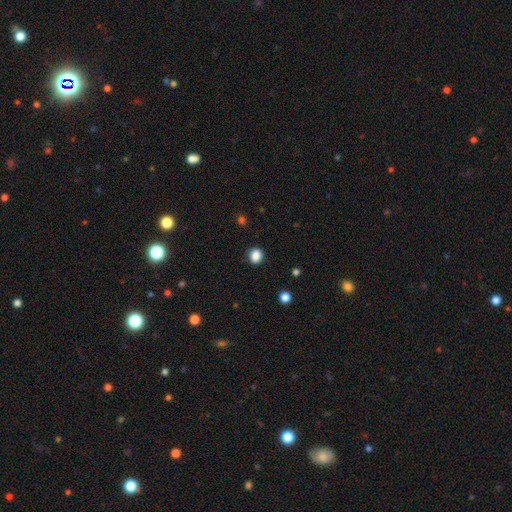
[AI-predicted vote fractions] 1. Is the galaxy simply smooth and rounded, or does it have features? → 86% smooth, 11% star or artifact, 3% featured or disk.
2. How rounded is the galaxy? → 71% round, 28% in between, 1% cigar-shaped.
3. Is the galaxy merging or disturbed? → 89% none, 8% minor disturbance, 2% major disturbance, 1% merger.